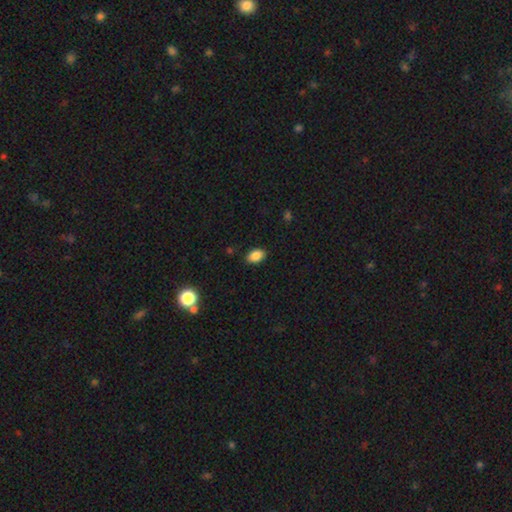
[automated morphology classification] A smooth galaxy with no disk features (87%) that is in between round and cigar-shaped (87%).

Vote fractions:
- Smooth or featured? smooth: 87% / star or artifact: 9% / featured or disk: 4%
- How rounded? in between: 87% / round: 11% / cigar-shaped: 1%
- Merging? none: 87% / minor disturbance: 10% / major disturbance: 2% / merger: 1%